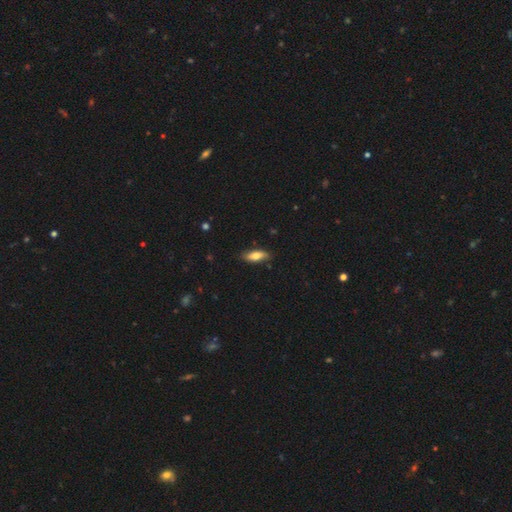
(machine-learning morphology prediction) A smooth galaxy with no disk features (75%) that is in between round and cigar-shaped (71%). Merging: none (82%).